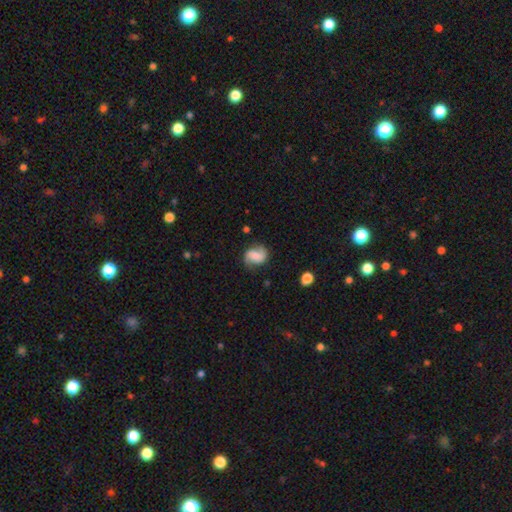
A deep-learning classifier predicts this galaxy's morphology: This appears to be a featured or disk galaxy (50%). Merging: none (69%).